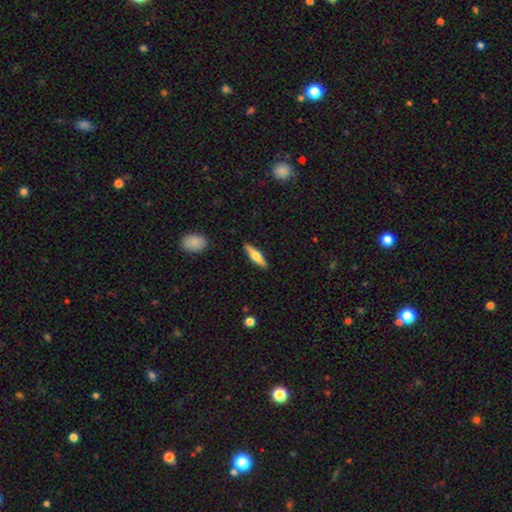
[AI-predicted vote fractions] Smooth or featured?
  - featured or disk: 56% *
  - smooth: 38%
  - star or artifact: 5%
Edge-on disk?
  - yes: 95% *
  - no: 5%
Edge-on bulge?
  - rounded: 93% *
  - boxy: 4%
  - none: 2%
Merging?
  - none: 90% *
  - minor disturbance: 7%
  - major disturbance: 2%
  - merger: 1%